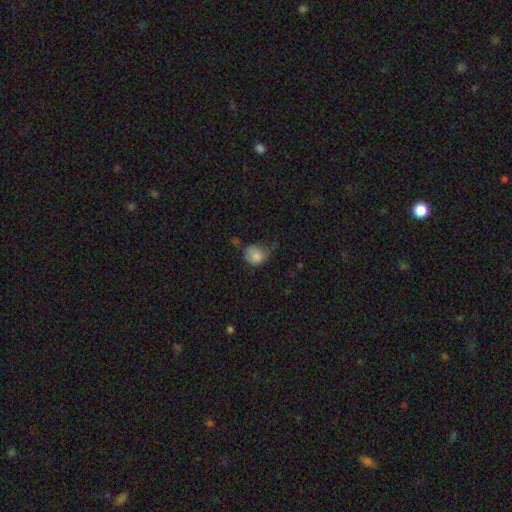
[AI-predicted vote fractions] This appears to be a smooth galaxy with no disk features (82%) that is round (74%). Merging: none (41%).